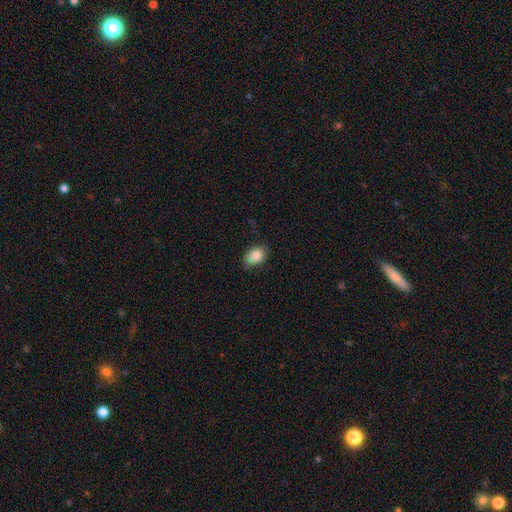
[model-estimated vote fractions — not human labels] Q: Smooth or featured?
A: smooth (84%); runner-up: star or artifact (8%)
Q: How rounded?
A: in between (73%); runner-up: round (26%)
Q: Merging?
A: none (69%); runner-up: minor disturbance (25%)